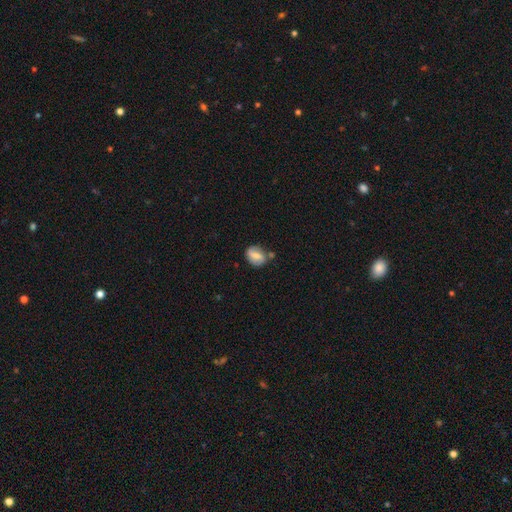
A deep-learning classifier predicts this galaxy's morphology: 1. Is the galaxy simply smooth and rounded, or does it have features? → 54% smooth, 37% featured or disk, 9% star or artifact.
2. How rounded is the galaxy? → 60% in between, 38% round, 3% cigar-shaped.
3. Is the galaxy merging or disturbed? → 59% none, 22% minor disturbance, 12% merger, 6% major disturbance.